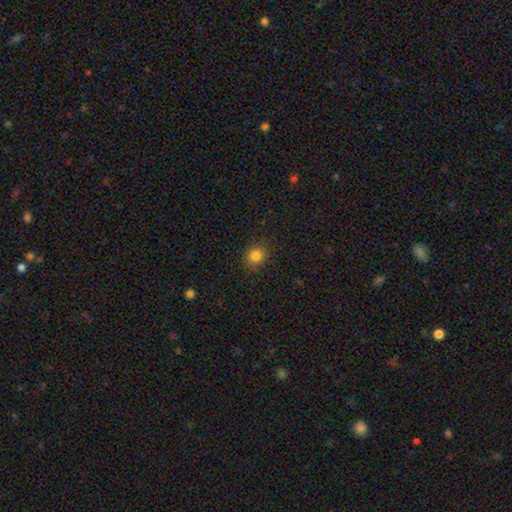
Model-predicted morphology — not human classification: This is clearly a smooth galaxy (83%). How rounded: likely round (78%). Merging: clearly none (89%).